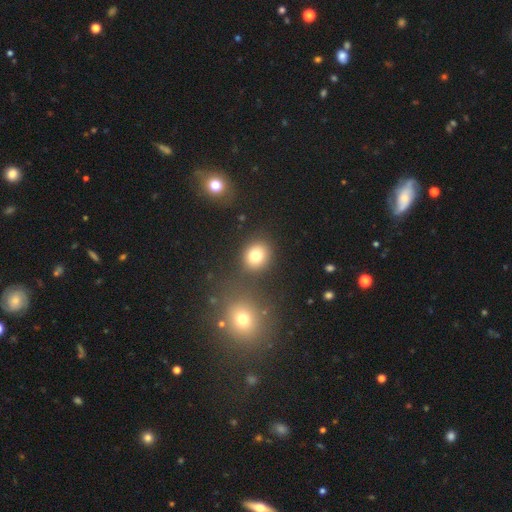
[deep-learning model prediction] Smooth or featured?
  - smooth: 79% *
  - star or artifact: 13%
  - featured or disk: 9%
How rounded?
  - round: 78% *
  - in between: 21%
  - cigar-shaped: 1%
Merging?
  - none: 80% *
  - minor disturbance: 8%
  - merger: 8%
  - major disturbance: 3%